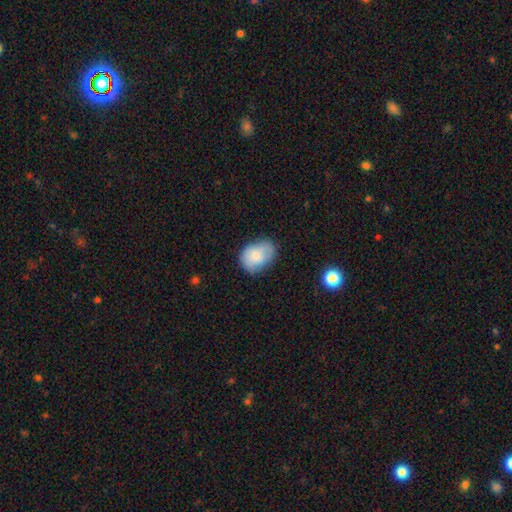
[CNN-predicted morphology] Overall: smooth (79%). How rounded: in between (77%). Merging: none (63%; minor disturbance 28%).